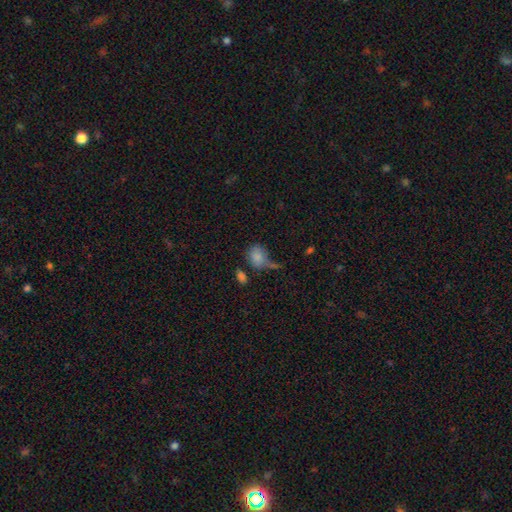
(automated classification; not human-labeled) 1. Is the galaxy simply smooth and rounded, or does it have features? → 80% smooth, 11% star or artifact, 9% featured or disk.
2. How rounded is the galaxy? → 52% in between, 46% round, 2% cigar-shaped.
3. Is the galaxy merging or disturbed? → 43% none, 24% minor disturbance, 19% merger, 14% major disturbance.